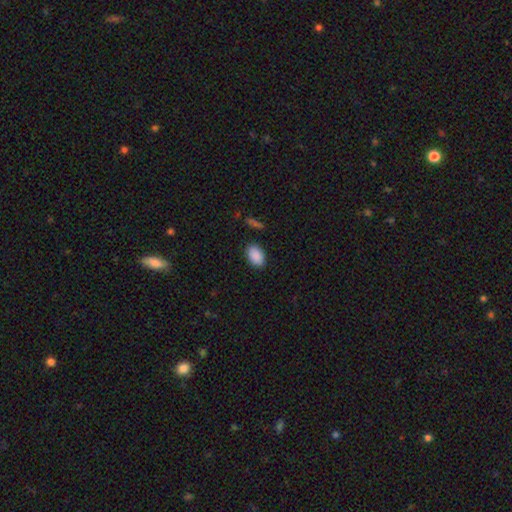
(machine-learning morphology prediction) type=smooth (90%); roundness=in between (88%); merging=none (87%).